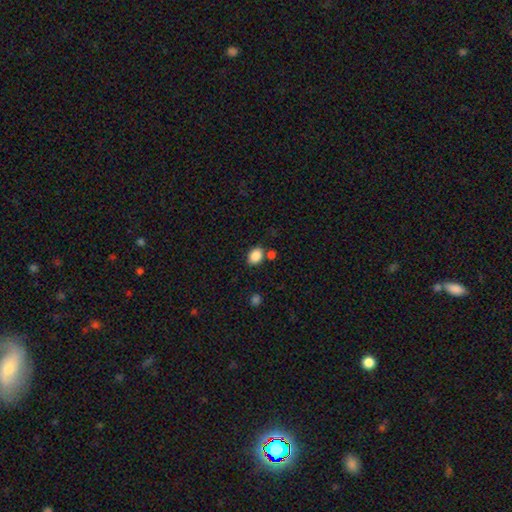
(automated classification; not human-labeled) Smooth or featured? Predicted: smooth (p=0.87). How rounded? Predicted: in between (p=0.65). Merging? Predicted: none (p=0.72).